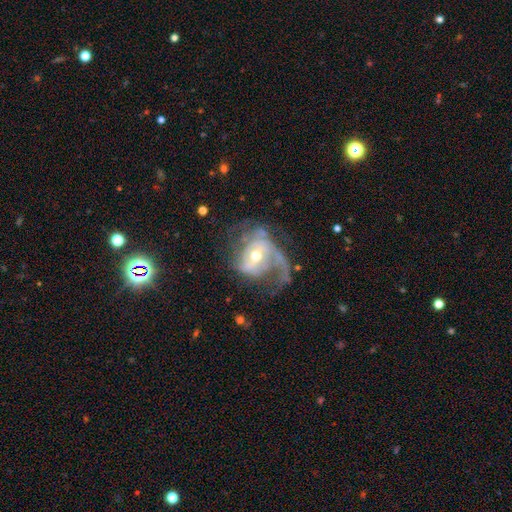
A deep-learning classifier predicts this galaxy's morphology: The model was most divided on "bar": no: 45%, weak: 38%, strong: 16%. Remaining: edge-on disk — no (97%); spiral arms — yes (88%); smooth or featured — featured or disk (82%); bulge size — moderate (58%); spiral winding — loose (46%); merging — major disturbance (44%); spiral arm count — 1 (44%).